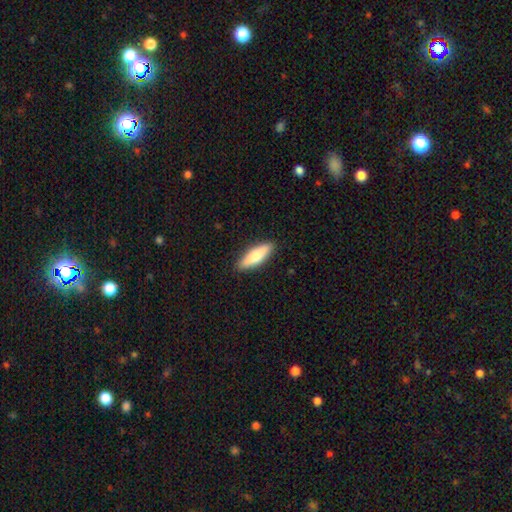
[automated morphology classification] Q: Smooth or featured?
A: smooth (65%); runner-up: featured or disk (29%)
Q: How rounded?
A: cigar-shaped (61%); runner-up: in between (37%)
Q: Merging?
A: none (90%); runner-up: minor disturbance (7%)